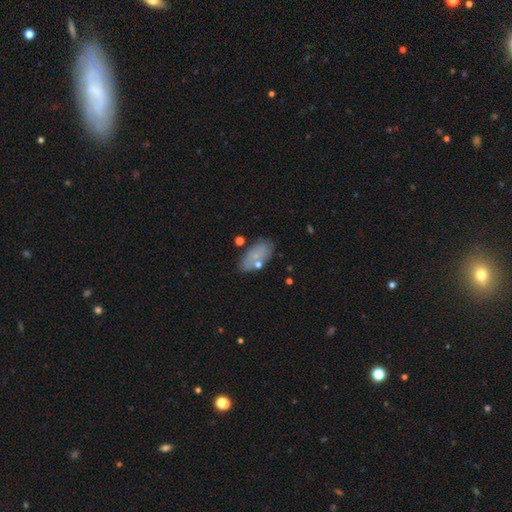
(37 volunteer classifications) Volunteers were most divided on "smooth or featured": smooth: 51%, featured or disk: 46%, star or artifact: 3%. More confident: how rounded — in between (95%); merging — none (75%).